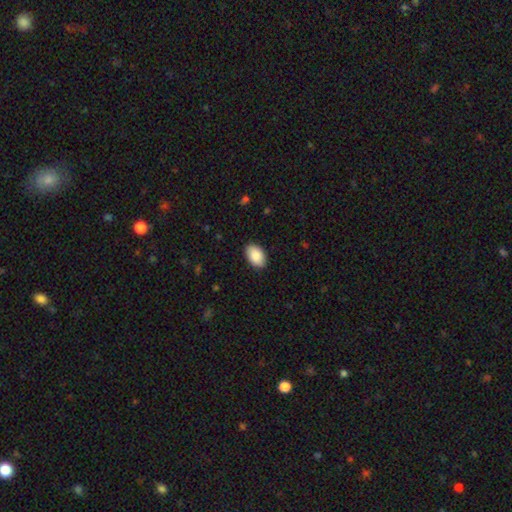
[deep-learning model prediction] smooth-or-featured: smooth: 89% | star or artifact: 6% | featured or disk: 5%
  how-rounded: in between: 93% | round: 6% | cigar-shaped: 1%
  merging: none: 89% | minor disturbance: 8% | major disturbance: 2% | merger: 1%